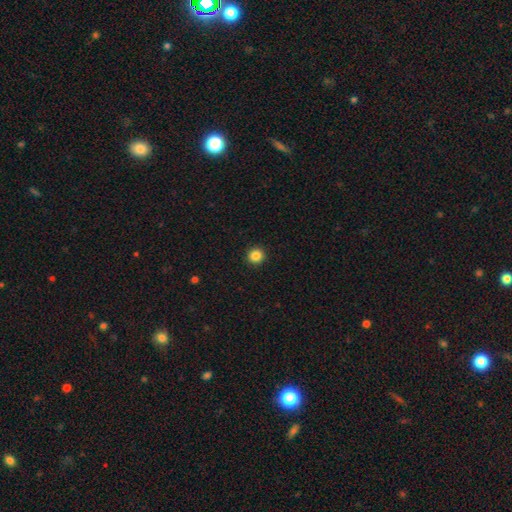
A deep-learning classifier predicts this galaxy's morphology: Smooth or featured? smooth (85%)
How rounded? round (94%)
Merging? none (93%)